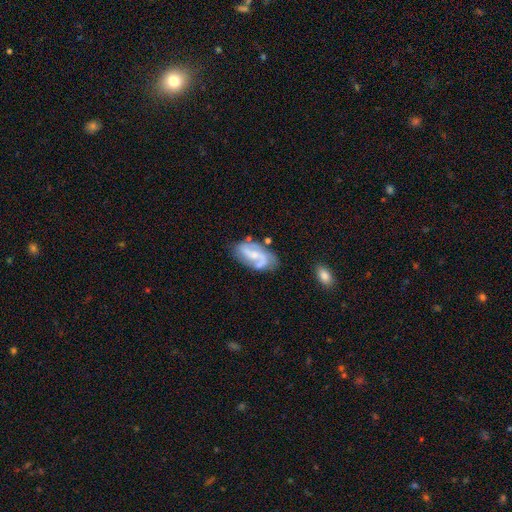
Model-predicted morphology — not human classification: Smooth or featured? featured or disk (78%)
Edge-on disk? no (96%)
Bar? weak (45%)
Spiral arms? yes (93%)
Spiral winding? medium (46%)
Spiral arm count? 2 (83%)
Bulge size? small (52%)
Merging? none (63%)